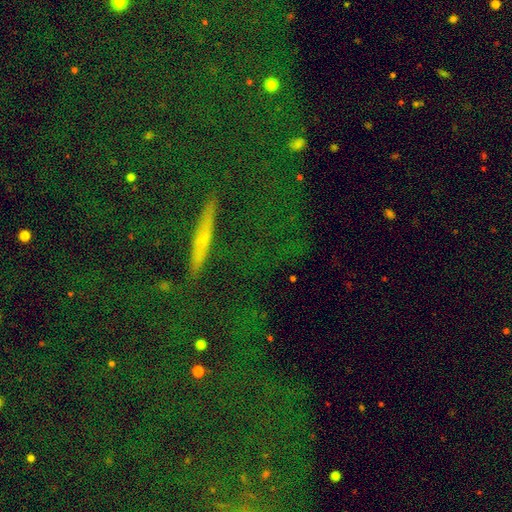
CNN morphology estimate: Smooth or featured? featured or disk (42%)
Merging? none (85%)